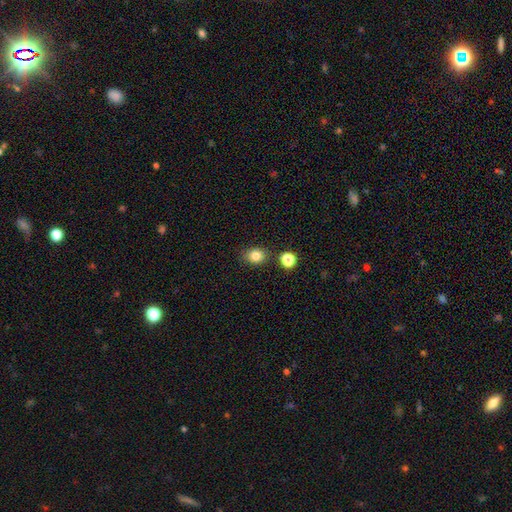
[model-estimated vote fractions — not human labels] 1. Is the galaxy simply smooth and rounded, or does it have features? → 83% smooth, 11% star or artifact, 6% featured or disk.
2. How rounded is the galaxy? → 55% round, 44% in between, 1% cigar-shaped.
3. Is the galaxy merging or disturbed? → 80% none, 11% minor disturbance, 6% merger, 3% major disturbance.